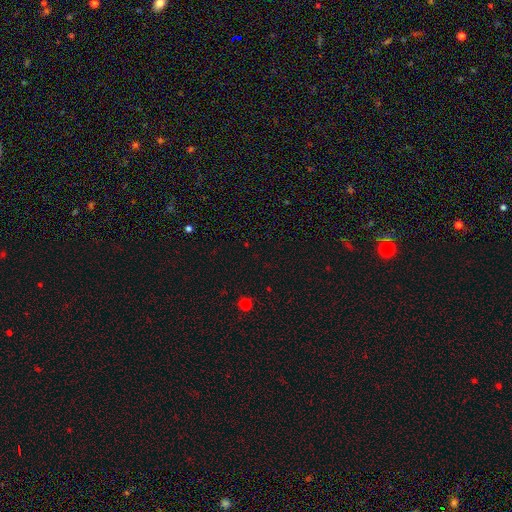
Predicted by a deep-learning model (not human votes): This is likely a star or artifact rather than a galaxy (63%).